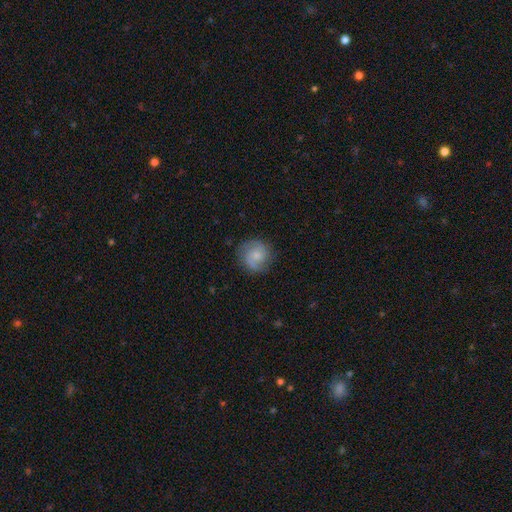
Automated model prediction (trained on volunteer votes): Smooth or featured? featured or disk (61%)
Edge-on disk? no (98%)
Bar? no (61%)
Spiral arms? yes (93%)
Spiral winding? medium (47%)
Spiral arm count? 2 (82%)
Bulge size? small (42%)
Merging? none (81%)